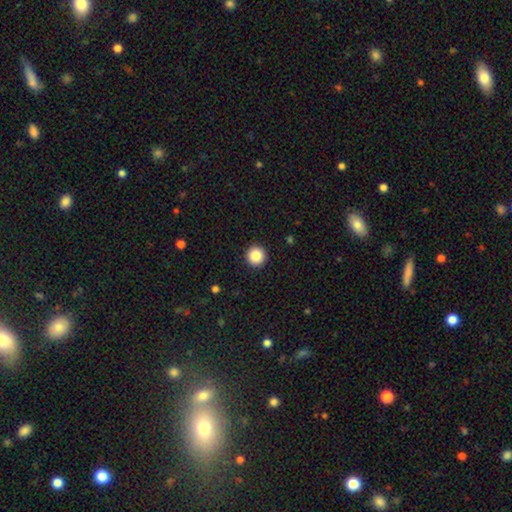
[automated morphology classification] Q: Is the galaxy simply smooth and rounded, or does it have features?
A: smooth — 86%.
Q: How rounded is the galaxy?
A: round — 96%.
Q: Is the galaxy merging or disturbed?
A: none — 93%.